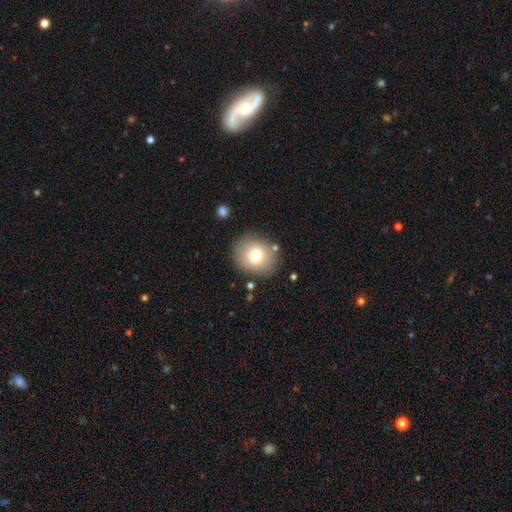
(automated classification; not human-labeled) Smooth or featured: smooth — 77% (featured or disk — 13%)
How rounded: round — 72% (in between — 27%)
Merging: none — 82% (minor disturbance — 11%)